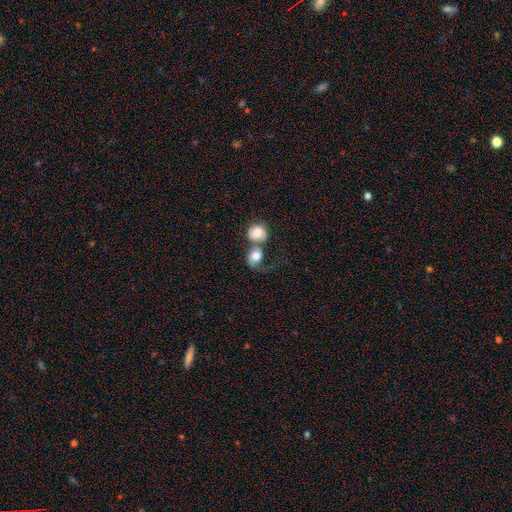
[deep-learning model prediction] Smooth or featured? smooth (61%)
How rounded? round (63%)
Merging? merger (66%)